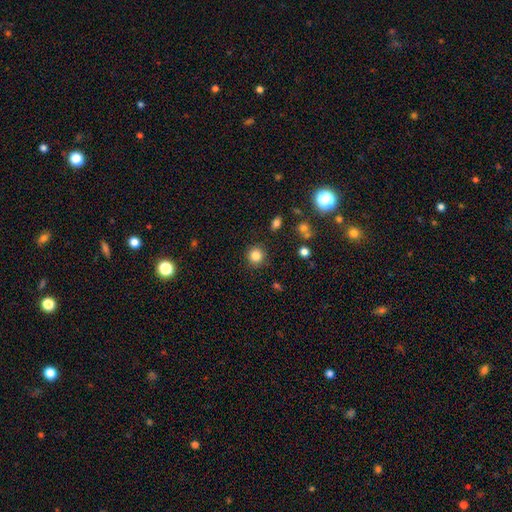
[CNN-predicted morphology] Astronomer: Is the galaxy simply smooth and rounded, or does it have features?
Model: smooth — 83%.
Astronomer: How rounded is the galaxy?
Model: round — 92%.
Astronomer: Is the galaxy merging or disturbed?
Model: none — 89%.